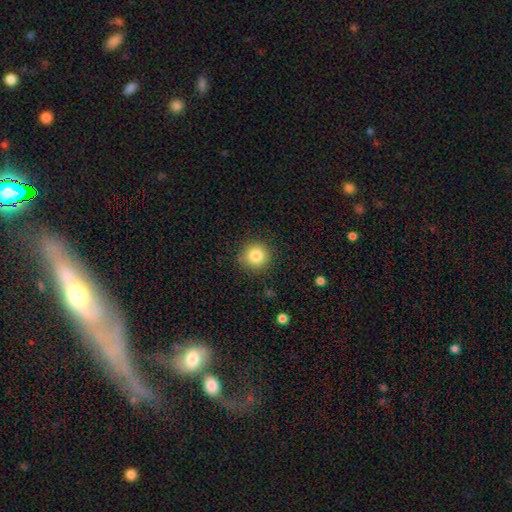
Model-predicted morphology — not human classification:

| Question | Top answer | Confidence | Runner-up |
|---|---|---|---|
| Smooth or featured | smooth | 84% | star or artifact (10%) |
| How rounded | round | 93% | in between (6%) |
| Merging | none | 89% | minor disturbance (8%) |